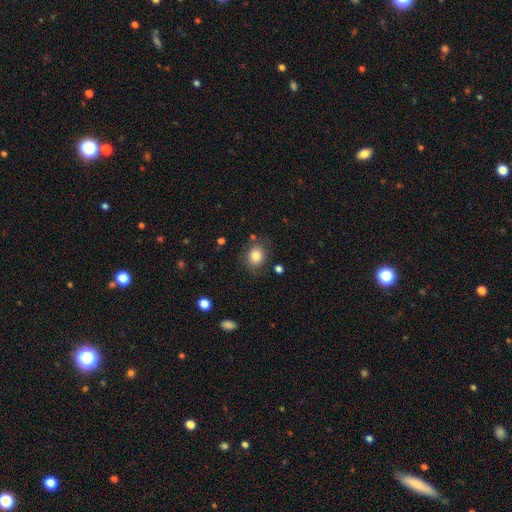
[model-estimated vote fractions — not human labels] Smooth or featured? Predicted: smooth (p=0.81). How rounded? Predicted: round (p=0.59). Merging? Predicted: none (p=0.73).